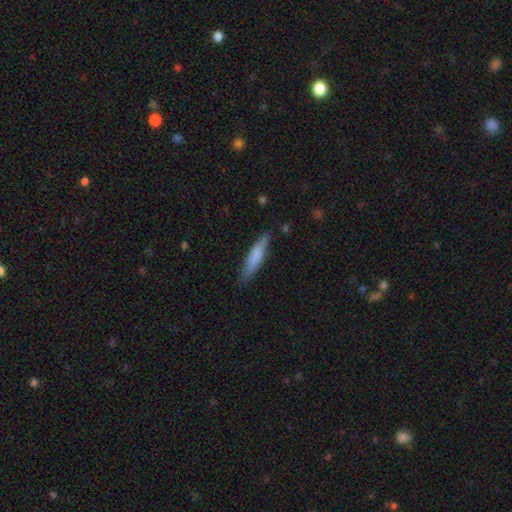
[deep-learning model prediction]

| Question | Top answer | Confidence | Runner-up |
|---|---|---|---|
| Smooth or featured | smooth | 75% | featured or disk (20%) |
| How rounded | cigar-shaped | 82% | in between (16%) |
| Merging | none | 80% | minor disturbance (15%) |